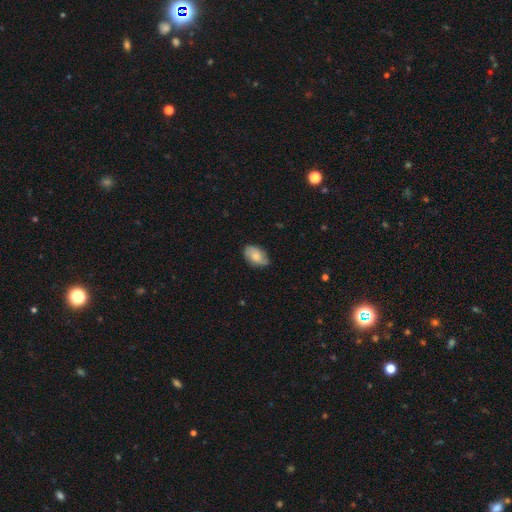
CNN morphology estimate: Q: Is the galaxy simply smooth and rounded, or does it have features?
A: smooth — 66%.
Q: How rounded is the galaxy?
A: in between — 90%.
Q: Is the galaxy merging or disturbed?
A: none — 75%.